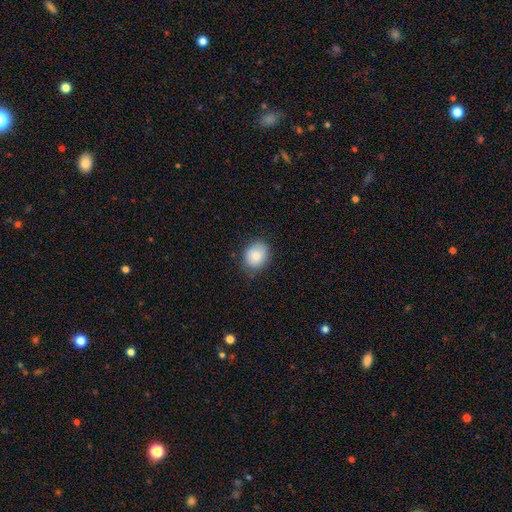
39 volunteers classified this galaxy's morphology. smooth-or-featured: smooth: 95% | star or artifact: 5% | featured or disk: 0%
  how-rounded: round: 59% | in between: 41% | cigar-shaped: 0%
  merging: none: 86% | minor disturbance: 14% | major disturbance: 0% | merger: 0%